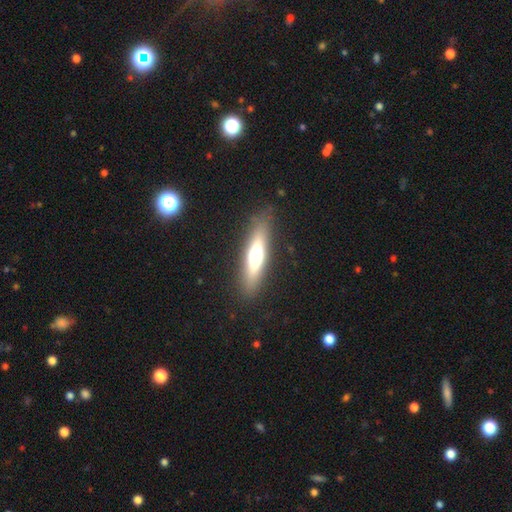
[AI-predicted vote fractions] This appears to be a featured or disk galaxy (46%). Merging: none (85%).